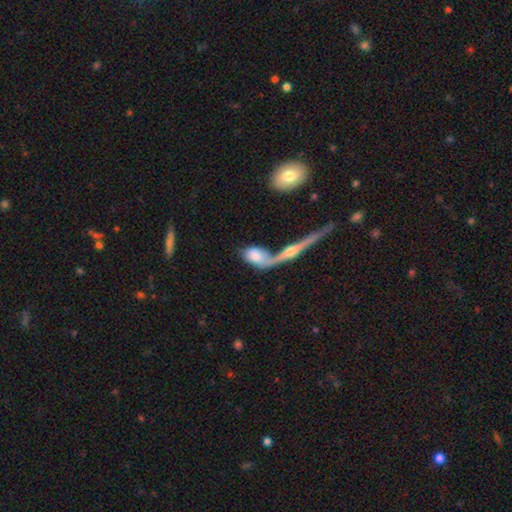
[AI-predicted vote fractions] Smooth or featured? Predicted: smooth (p=0.60). How rounded? Predicted: in between (p=0.82). Merging? Predicted: merger (p=0.55).